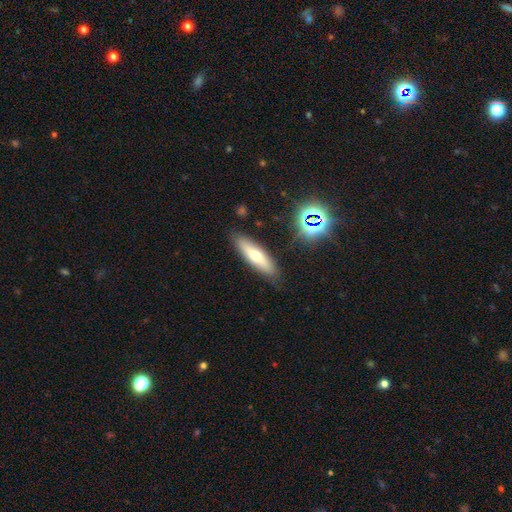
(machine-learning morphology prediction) Q: Smooth or featured?
A: smooth (57%); runner-up: featured or disk (34%)
Q: How rounded?
A: cigar-shaped (60%); runner-up: in between (37%)
Q: Merging?
A: none (85%); runner-up: minor disturbance (11%)